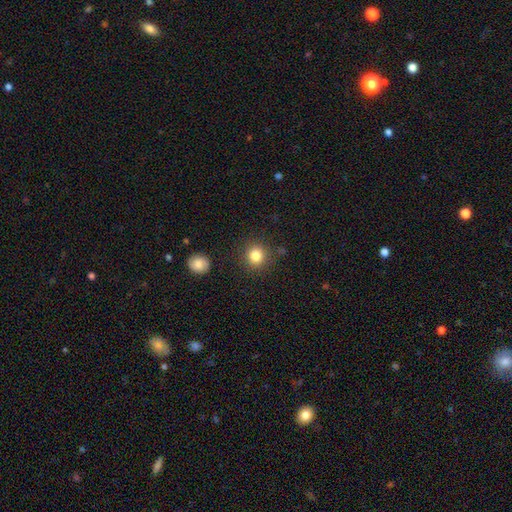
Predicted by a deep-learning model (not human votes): Q: Smooth or featured?
A: smooth (83%); runner-up: star or artifact (11%)
Q: How rounded?
A: round (89%); runner-up: in between (10%)
Q: Merging?
A: none (87%); runner-up: minor disturbance (8%)